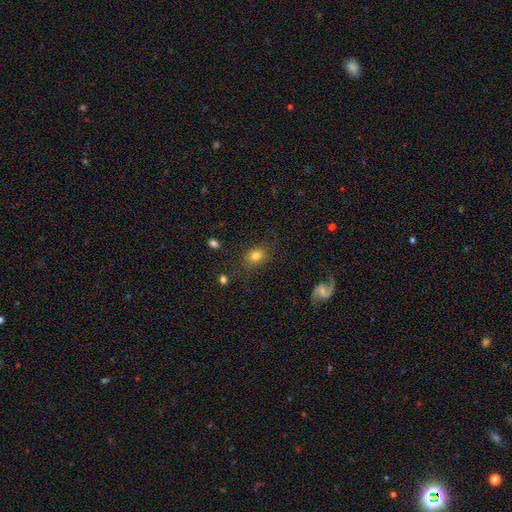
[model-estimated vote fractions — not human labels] smooth-or-featured: smooth: 79% | star or artifact: 12% | featured or disk: 9%
  how-rounded: round: 57% | in between: 41% | cigar-shaped: 1%
  merging: none: 80% | minor disturbance: 13% | major disturbance: 5% | merger: 2%